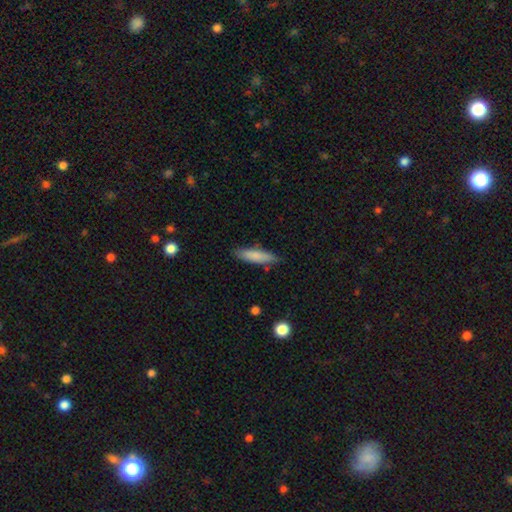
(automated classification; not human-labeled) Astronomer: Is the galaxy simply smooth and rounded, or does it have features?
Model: smooth — 82%.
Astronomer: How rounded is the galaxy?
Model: cigar-shaped — 66%.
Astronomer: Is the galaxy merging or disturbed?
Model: none — 82%.